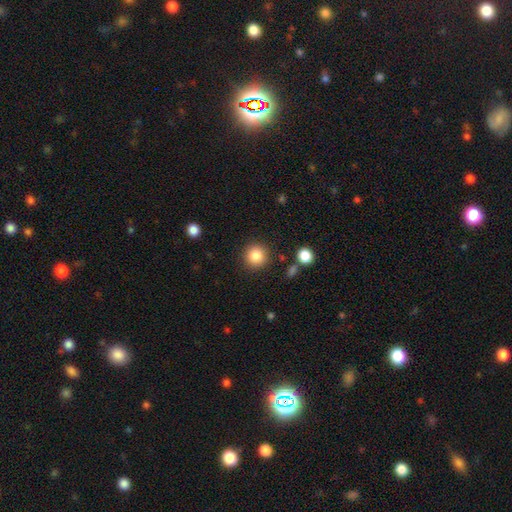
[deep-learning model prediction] This appears to be a smooth galaxy with no disk features (85%) that is round (94%). Merging: none (89%).